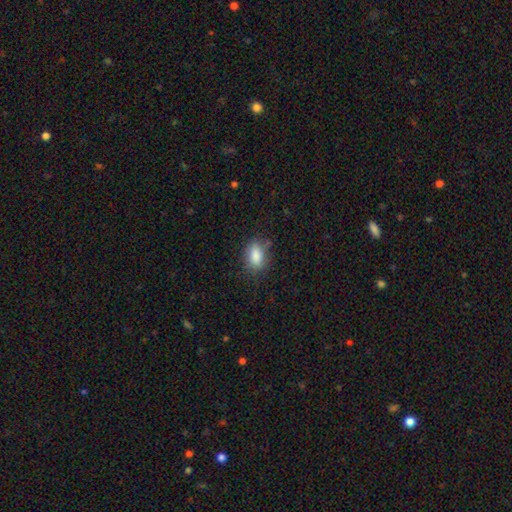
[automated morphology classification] smooth-or-featured: smooth: 86% | star or artifact: 8% | featured or disk: 6%
  how-rounded: in between: 87% | round: 10% | cigar-shaped: 4%
  merging: none: 75% | minor disturbance: 19% | major disturbance: 5% | merger: 2%